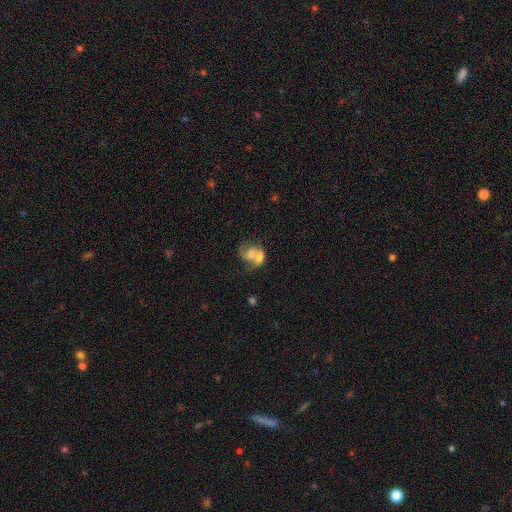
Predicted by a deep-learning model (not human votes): The model was most divided on "bulge size": moderate: 34%, small: 24%, none: 21%, large: 16%, dominant: 4%. More confident: edge-on disk — no (97%); spiral arms — yes (69%); merging — merger (65%); bar — no (64%); smooth or featured — featured or disk (53%).